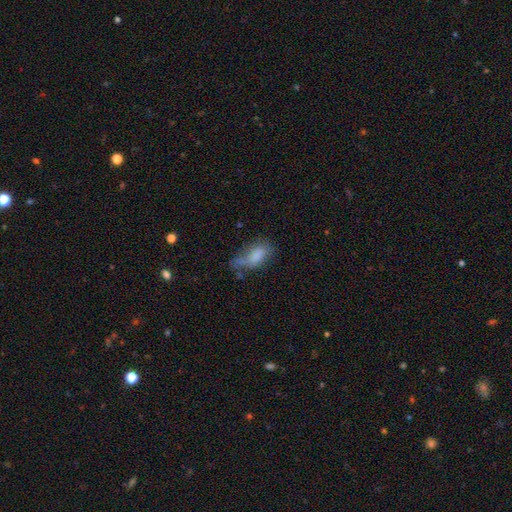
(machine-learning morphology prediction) smooth-or-featured: smooth: 73% | featured or disk: 17% | star or artifact: 9%
  how-rounded: in between: 86% | cigar-shaped: 10% | round: 4%
  merging: minor disturbance: 32% (tied) | none: 32% (tied) | major disturbance: 27% | merger: 9%